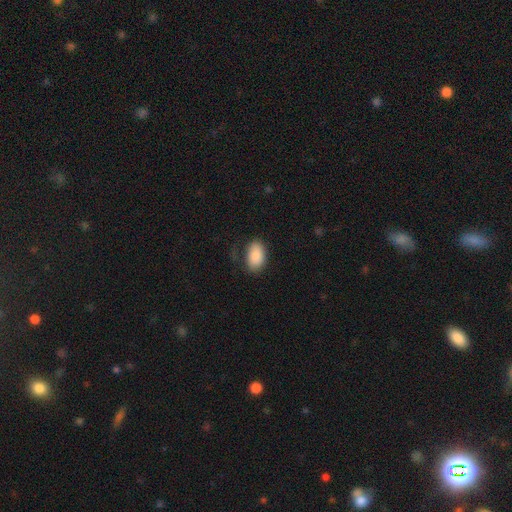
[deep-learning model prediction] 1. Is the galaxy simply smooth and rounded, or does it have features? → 88% smooth, 7% star or artifact, 6% featured or disk.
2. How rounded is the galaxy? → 92% in between, 7% round, 1% cigar-shaped.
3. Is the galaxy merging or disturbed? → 71% none, 20% minor disturbance, 8% major disturbance, 2% merger.